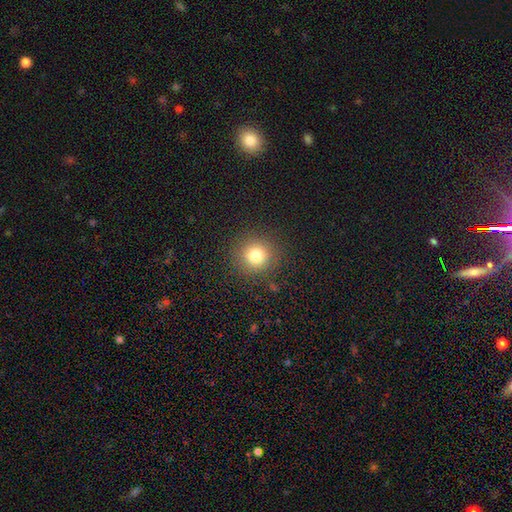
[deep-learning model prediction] A smooth galaxy with no disk features (80%) that is round (91%).

Vote fractions:
- Smooth or featured? smooth: 80% / star or artifact: 13% / featured or disk: 7%
- How rounded? round: 91% / in between: 8% / cigar-shaped: 1%
- Merging? none: 88% / minor disturbance: 7% / major disturbance: 3% / merger: 1%